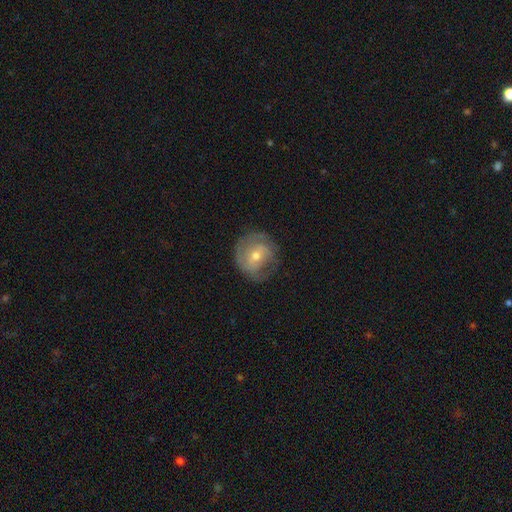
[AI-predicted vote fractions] The model was most divided on "bar": no: 43%, weak: 40%, strong: 17%. More confident: edge-on disk — no (96%); spiral arms — yes (72%); merging — none (68%); smooth or featured — featured or disk (63%); bulge size — moderate (54%).